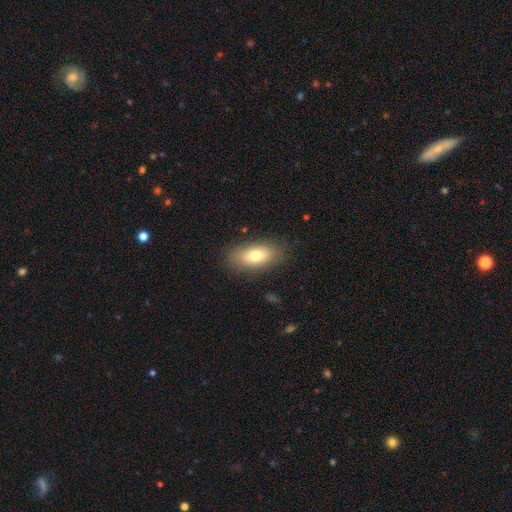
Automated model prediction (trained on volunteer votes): Overall: smooth (77%). How rounded: in between (88%). Merging: none (84%).